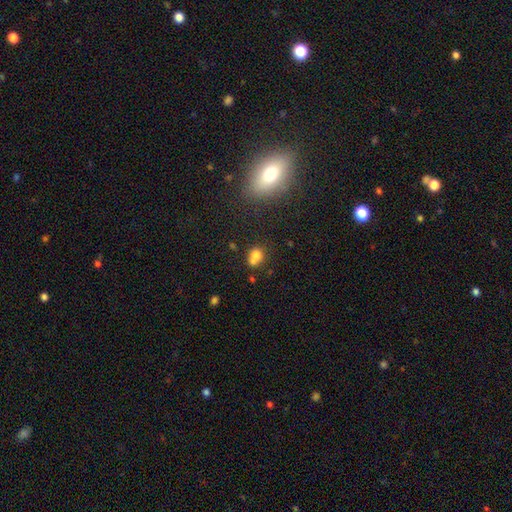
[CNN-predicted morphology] Q: Smooth or featured?
A: smooth (72%); runner-up: featured or disk (14%)
Q: How rounded?
A: round (70%); runner-up: in between (28%)
Q: Merging?
A: merger (49%); runner-up: none (35%)